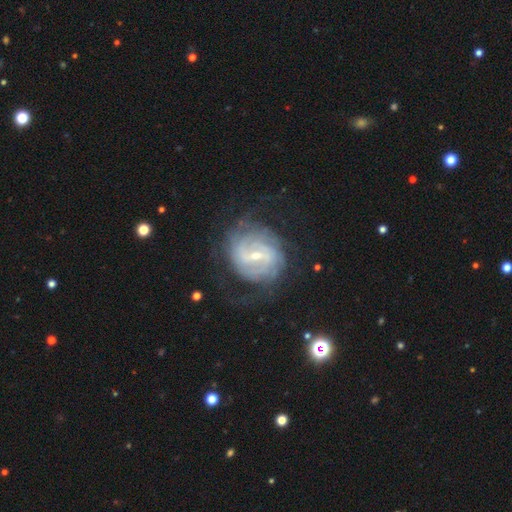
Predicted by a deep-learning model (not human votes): Smooth or featured? featured or disk (84%)
Edge-on disk? no (97%)
Bar? weak (51%)
Spiral arms? yes (92%)
Spiral winding? tight (54%)
Spiral arm count? 2 (39%)
Bulge size? small (68%)
Merging? none (68%)